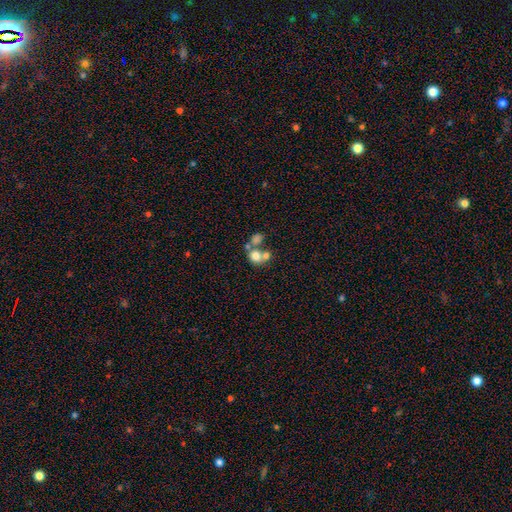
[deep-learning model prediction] Smooth or featured? Predicted: smooth (p=0.69). How rounded? Predicted: round (p=0.68). Merging? Predicted: merger (p=0.54).